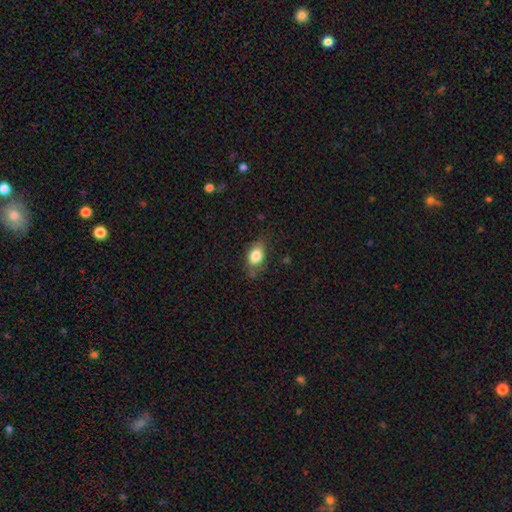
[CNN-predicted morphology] A smooth galaxy with no disk features (82%) that is in between round and cigar-shaped (80%).

Vote fractions:
- Smooth or featured? smooth: 82% / featured or disk: 10% / star or artifact: 8%
- How rounded? in between: 80% / round: 18% / cigar-shaped: 2%
- Merging? none: 67% / minor disturbance: 24% / major disturbance: 7% / merger: 2%